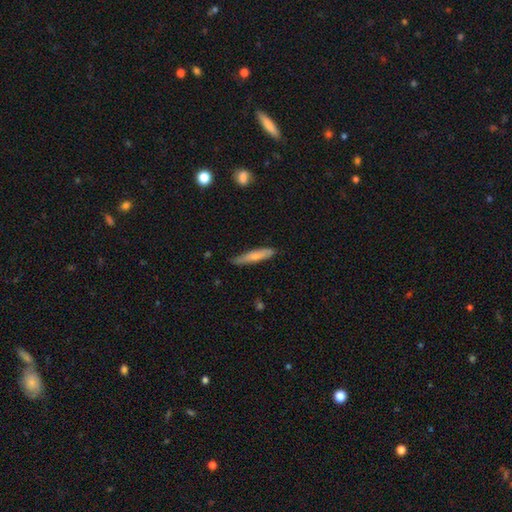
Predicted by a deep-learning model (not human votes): Smooth or featured?
  - smooth: 71% *
  - featured or disk: 23%
  - star or artifact: 6%
How rounded?
  - cigar-shaped: 87% *
  - in between: 12%
  - round: 1%
Merging?
  - none: 74% *
  - minor disturbance: 21%
  - major disturbance: 3%
  - merger: 2%